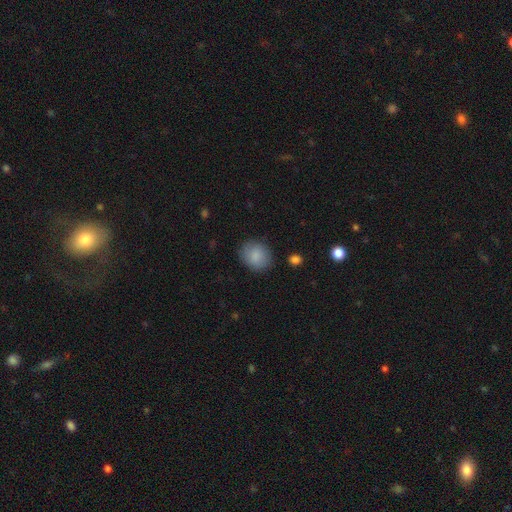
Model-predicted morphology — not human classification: Smooth or featured? Predicted: smooth (p=0.87). How rounded? Predicted: round (p=0.67). Merging? Predicted: none (p=0.84).